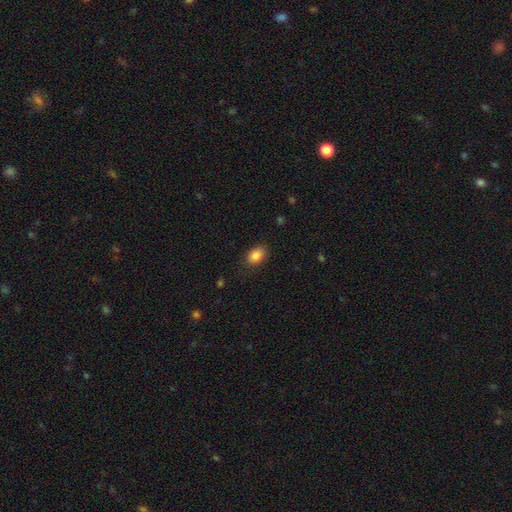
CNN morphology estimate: Q: Smooth or featured?
A: smooth (87%); runner-up: star or artifact (9%)
Q: How rounded?
A: in between (79%); runner-up: round (19%)
Q: Merging?
A: none (84%); runner-up: minor disturbance (12%)